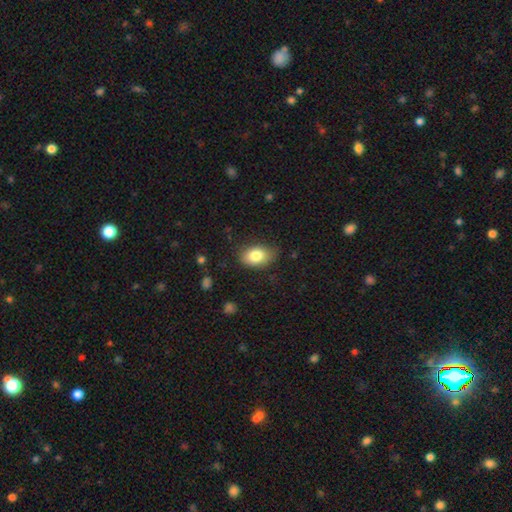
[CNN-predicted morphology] smooth-or-featured: smooth: 82% | featured or disk: 10% | star or artifact: 8%
  how-rounded: in between: 86% | round: 13% | cigar-shaped: 1%
  merging: none: 75% | minor disturbance: 20% | major disturbance: 4% | merger: 1%